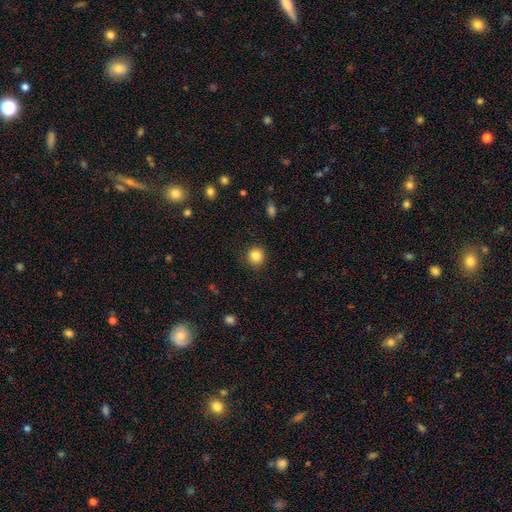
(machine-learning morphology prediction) This is clearly a smooth galaxy (85%). How rounded: clearly round (92%). Merging: clearly none (89%).